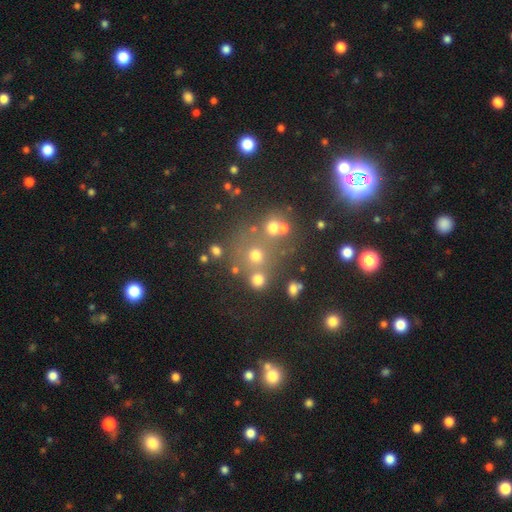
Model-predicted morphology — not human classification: Smooth or featured?
  - smooth: 57% *
  - star or artifact: 29%
  - featured or disk: 14%
How rounded?
  - round: 86% *
  - in between: 13%
  - cigar-shaped: 1%
Merging?
  - none: 63% *
  - merger: 22%
  - minor disturbance: 9%
  - major disturbance: 6%